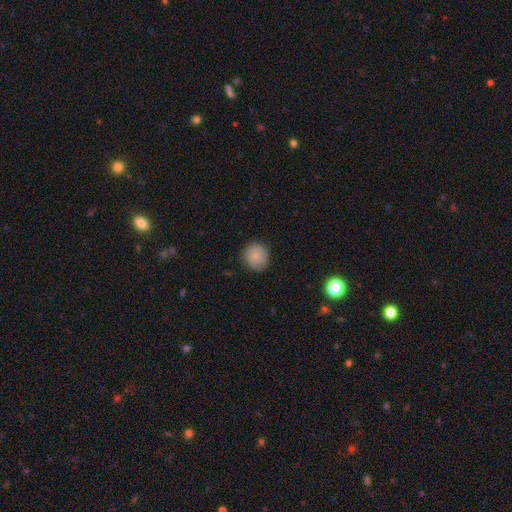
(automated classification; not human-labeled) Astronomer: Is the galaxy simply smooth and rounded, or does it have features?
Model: smooth — 82%.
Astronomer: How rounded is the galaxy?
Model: round — 90%.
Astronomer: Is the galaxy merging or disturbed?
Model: none — 84%.